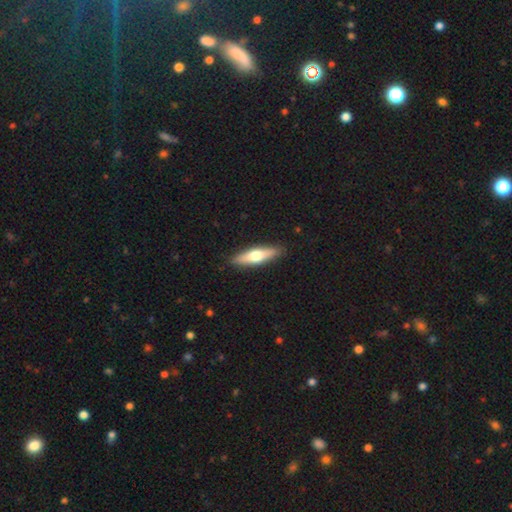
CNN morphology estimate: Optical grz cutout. It shows a smooth galaxy with no disk features (51%) that is cigar-shaped (69%). Merging: none (90%).